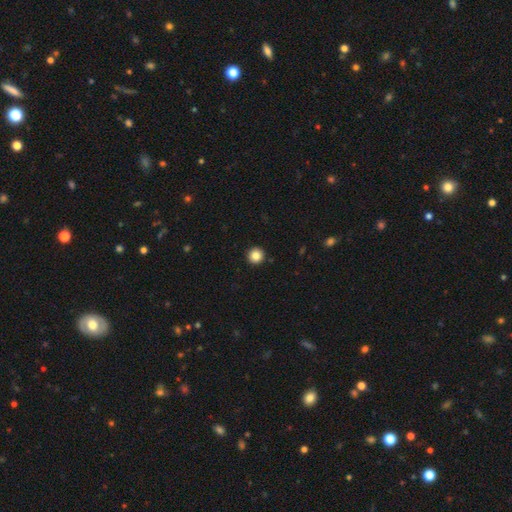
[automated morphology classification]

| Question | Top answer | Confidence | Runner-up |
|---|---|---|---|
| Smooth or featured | smooth | 85% | star or artifact (10%) |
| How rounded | round | 96% | in between (3%) |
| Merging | none | 93% | minor disturbance (4%) |